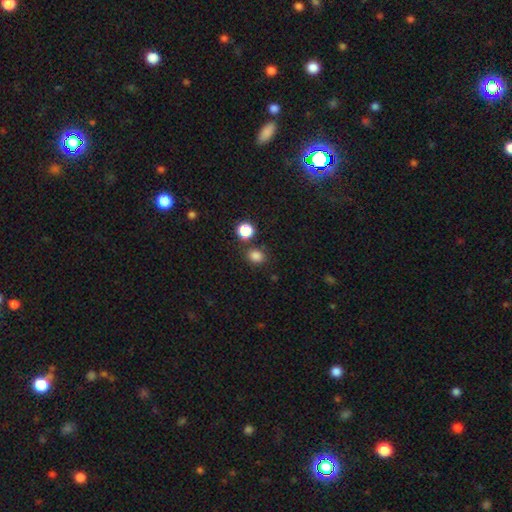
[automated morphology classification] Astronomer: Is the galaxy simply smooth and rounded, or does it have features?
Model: smooth — 82%.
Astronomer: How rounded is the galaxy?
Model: round — 61% (runner-up: in between, 38%).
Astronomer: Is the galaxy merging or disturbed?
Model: none — 79%.